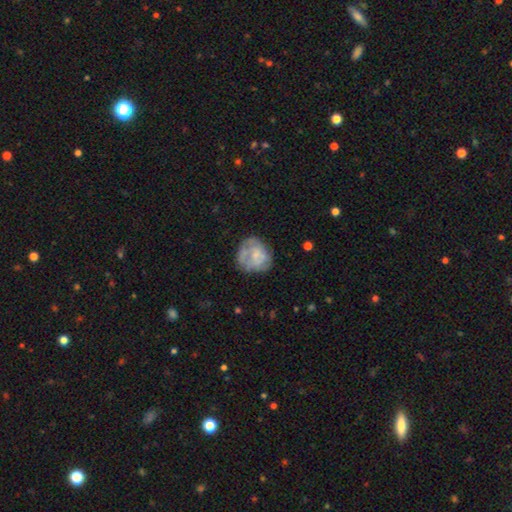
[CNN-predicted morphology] A smooth galaxy with no disk features (48%).

Vote fractions:
- Smooth or featured? smooth: 48% / featured or disk: 45% / star or artifact: 8%
- Merging? none: 59% / minor disturbance: 23% / major disturbance: 15% / merger: 3%